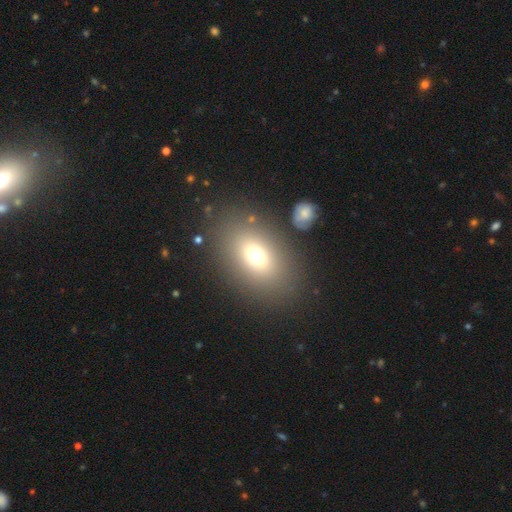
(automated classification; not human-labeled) This appears to be a smooth galaxy with no disk features (72%) that is in between round and cigar-shaped (82%). Merging: none (81%).